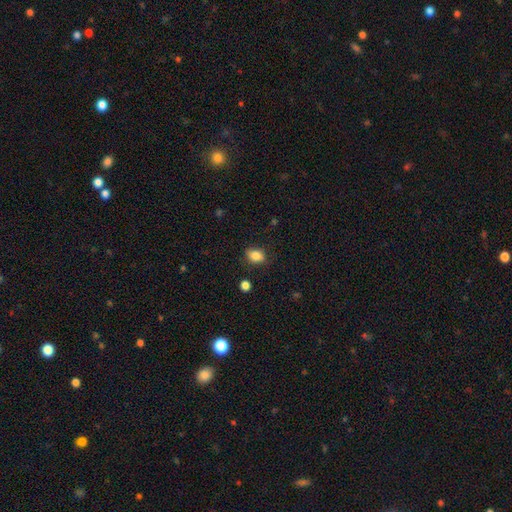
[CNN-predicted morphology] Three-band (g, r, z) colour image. It shows a smooth galaxy with no disk features (84%) that is in between round and cigar-shaped (70%). Merging: none (79%).